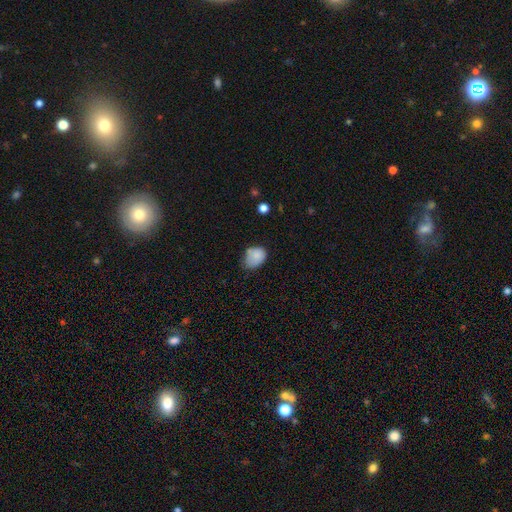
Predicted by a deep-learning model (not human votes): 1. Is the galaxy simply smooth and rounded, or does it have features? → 83% smooth, 9% star or artifact, 8% featured or disk.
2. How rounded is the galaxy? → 65% in between, 34% round, 1% cigar-shaped.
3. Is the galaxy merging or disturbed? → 45% none, 40% minor disturbance, 11% major disturbance, 4% merger.